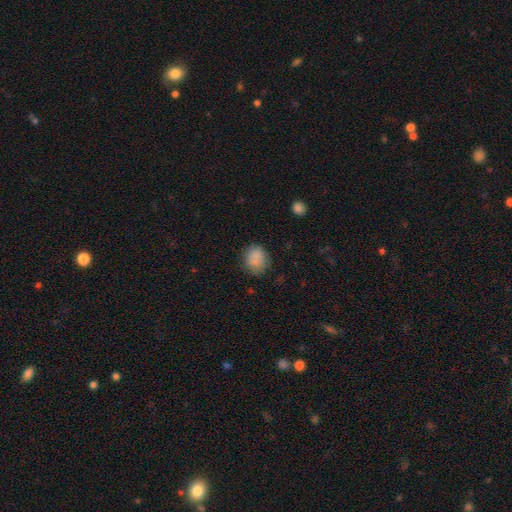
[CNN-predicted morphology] Smooth or featured? smooth (85%)
How rounded? round (61%)
Merging? none (76%)